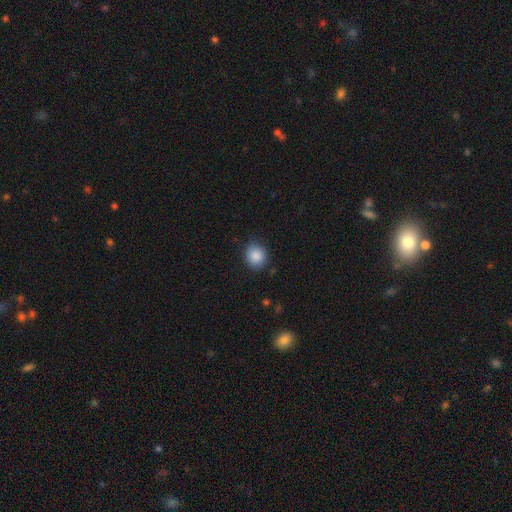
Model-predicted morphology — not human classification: Smooth or featured: smooth — 87% (star or artifact — 9%)
How rounded: round — 78% (in between — 21%)
Merging: none — 85% (minor disturbance — 12%)